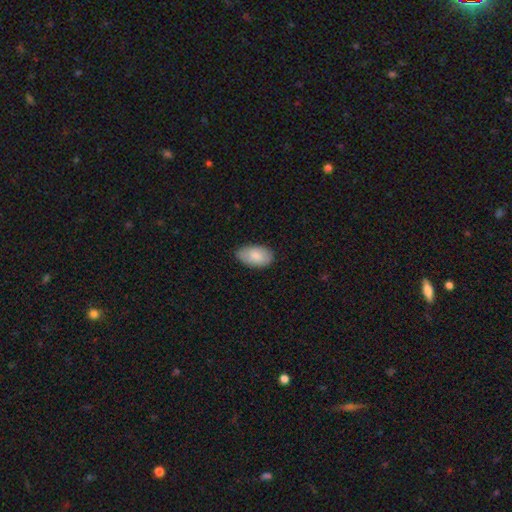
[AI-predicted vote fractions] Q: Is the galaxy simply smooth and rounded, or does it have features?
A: smooth — 85%.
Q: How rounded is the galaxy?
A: in between — 95%.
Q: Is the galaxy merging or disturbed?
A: none — 80%.